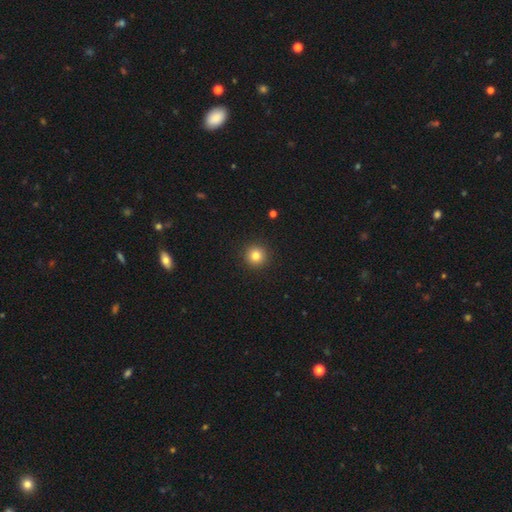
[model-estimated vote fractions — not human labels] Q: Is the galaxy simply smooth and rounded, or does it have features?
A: smooth — 82%.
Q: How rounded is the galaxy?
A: round — 96%.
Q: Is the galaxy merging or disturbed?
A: none — 93%.